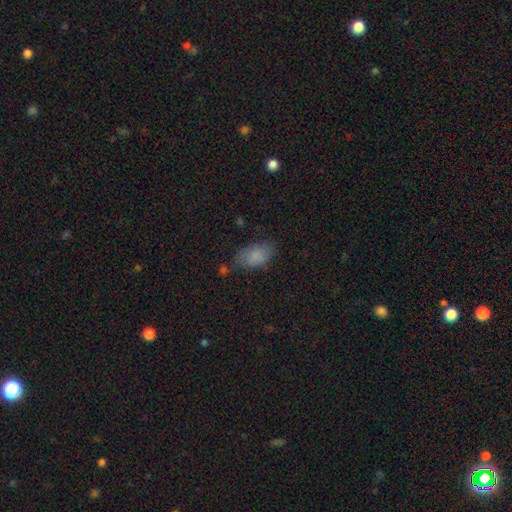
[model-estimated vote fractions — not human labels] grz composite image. It shows a smooth galaxy with no disk features (84%) that is in between round and cigar-shaped (92%). Merging: none (65%).